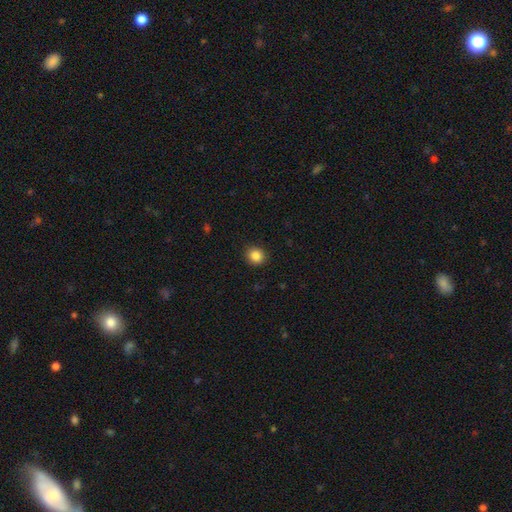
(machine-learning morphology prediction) Overall: smooth (86%). How rounded: round (84%). Merging: none (91%).